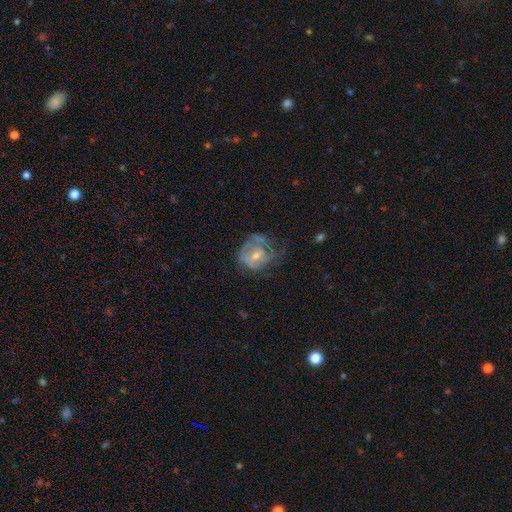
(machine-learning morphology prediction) Smooth or featured? featured or disk (67%)
Edge-on disk? no (97%)
Bar? no (77%)
Spiral arms? yes (61%)
Bulge size? small (50%)
Merging? none (42%)